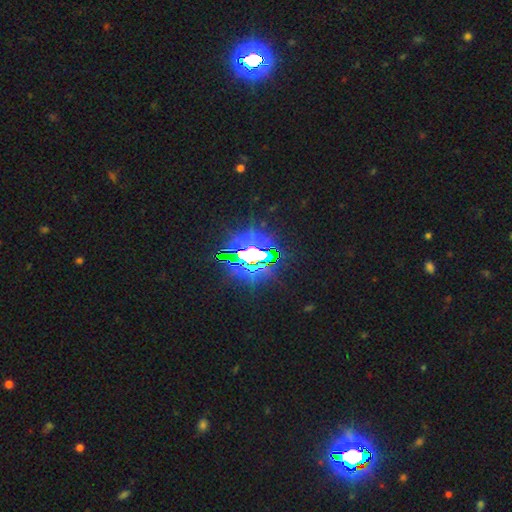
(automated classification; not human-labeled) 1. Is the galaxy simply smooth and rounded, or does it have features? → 80% star or artifact, 11% featured or disk, 9% smooth.